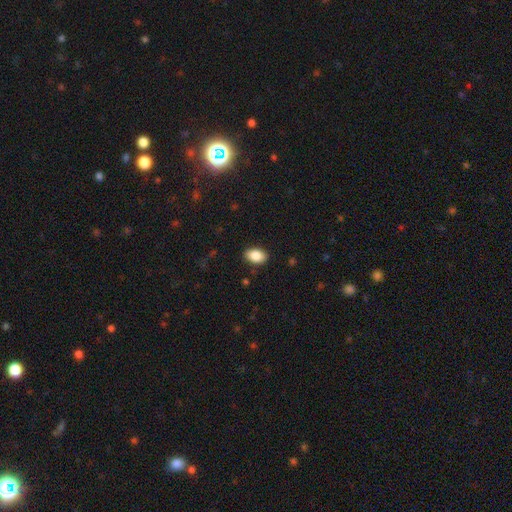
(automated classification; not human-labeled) Smooth or featured?
  - smooth: 87% *
  - star or artifact: 7%
  - featured or disk: 6%
How rounded?
  - in between: 89% *
  - round: 10%
  - cigar-shaped: 1%
Merging?
  - none: 88% *
  - minor disturbance: 9%
  - major disturbance: 2%
  - merger: 1%